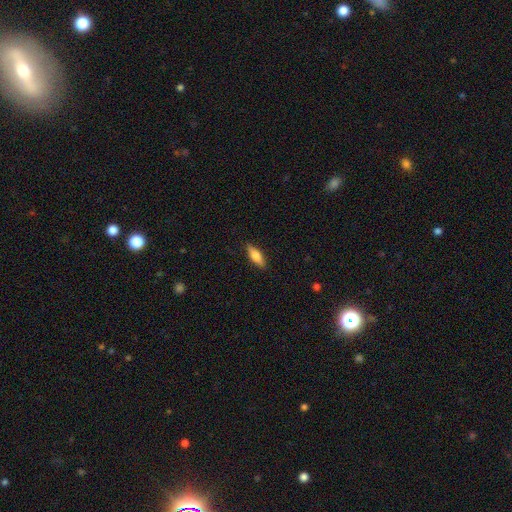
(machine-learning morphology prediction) smooth_or_featured: smooth (p=0.72) [alt: featured or disk p=0.22]
how_rounded: in between (p=0.58) [alt: cigar-shaped p=0.39]
merging: none (p=0.88) [alt: minor disturbance p=0.10]